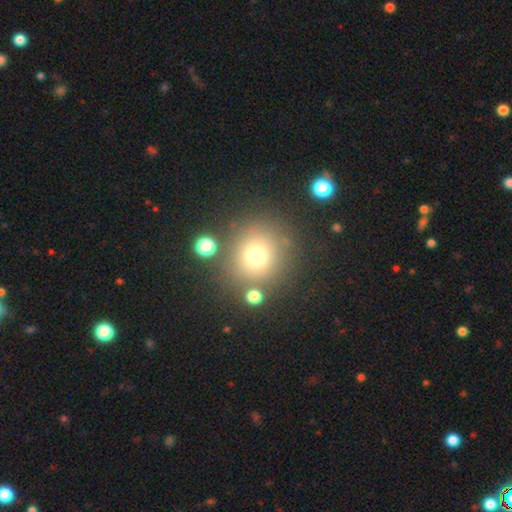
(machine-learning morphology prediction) Smooth or featured: smooth — 71% (star or artifact — 18%)
How rounded: round — 90% (in between — 9%)
Merging: none — 80% (minor disturbance — 9%)